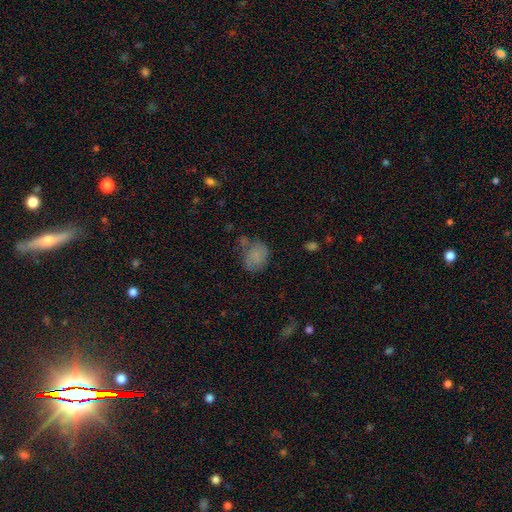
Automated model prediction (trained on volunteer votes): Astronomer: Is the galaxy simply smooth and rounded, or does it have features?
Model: smooth — 73%.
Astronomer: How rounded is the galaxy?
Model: round — 51% (runner-up: in between, 47%).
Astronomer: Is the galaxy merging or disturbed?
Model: none — 50% (runner-up: minor disturbance, 26%).